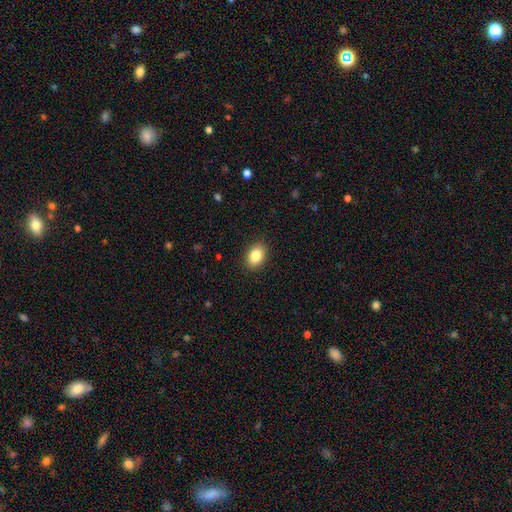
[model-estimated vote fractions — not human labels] Smooth or featured? Predicted: smooth (p=0.85). How rounded? Predicted: in between (p=0.72). Merging? Predicted: none (p=0.90).